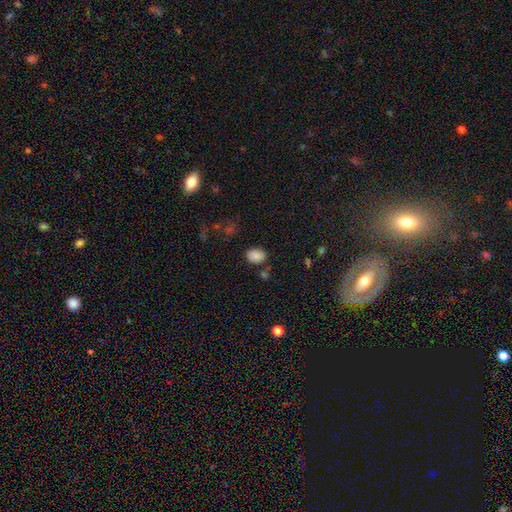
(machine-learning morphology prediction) smooth_or_featured: smooth (p=0.86) [alt: star or artifact p=0.10]
how_rounded: in between (p=0.74) [alt: round p=0.25]
merging: none (p=0.78) [alt: minor disturbance p=0.13]